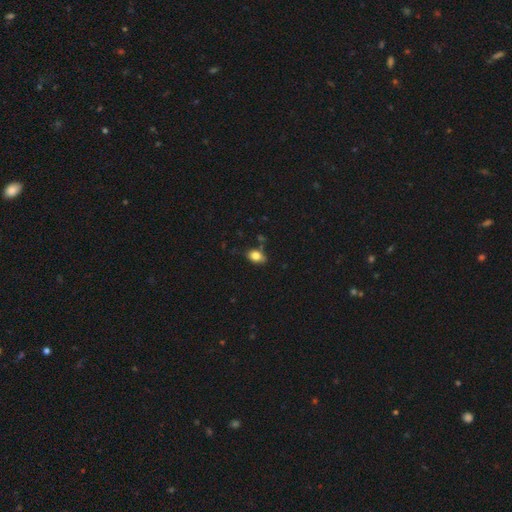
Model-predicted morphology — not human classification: Smooth or featured: smooth — 81% (star or artifact — 9%)
How rounded: in between — 78% (round — 21%)
Merging: none — 73% (minor disturbance — 19%)